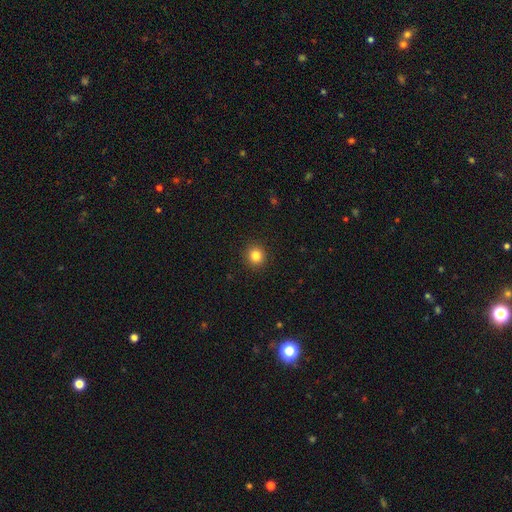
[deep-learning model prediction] A smooth galaxy with no disk features (83%) that is round (93%).

Vote fractions:
- Smooth or featured? smooth: 83% / star or artifact: 12% / featured or disk: 5%
- How rounded? round: 93% / in between: 6% / cigar-shaped: 1%
- Merging? none: 92% / minor disturbance: 5% / major disturbance: 2% / merger: 1%